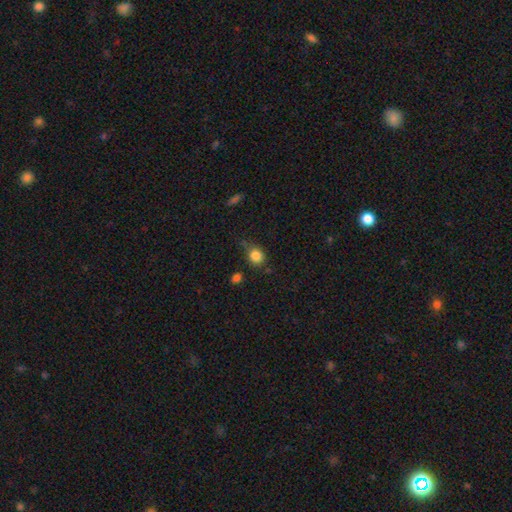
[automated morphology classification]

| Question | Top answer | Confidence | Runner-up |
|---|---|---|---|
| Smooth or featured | smooth | 84% | star or artifact (11%) |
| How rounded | round | 76% | in between (23%) |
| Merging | none | 69% | minor disturbance (21%) |